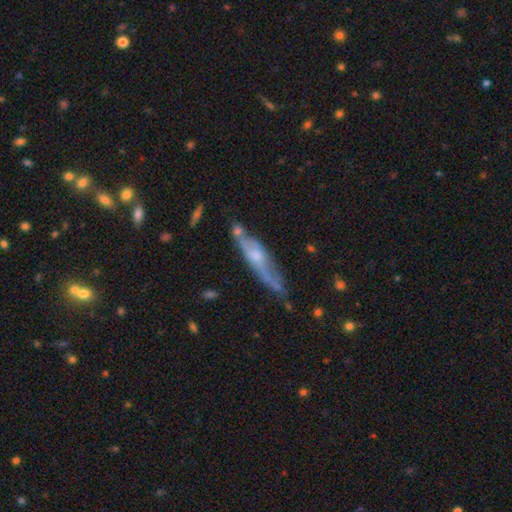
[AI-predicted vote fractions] The model was most divided on "merging": none: 51%, minor disturbance: 27%, merger: 11%, major disturbance: 11%. More confident: edge-on disk — yes (65%); smooth or featured — featured or disk (59%).